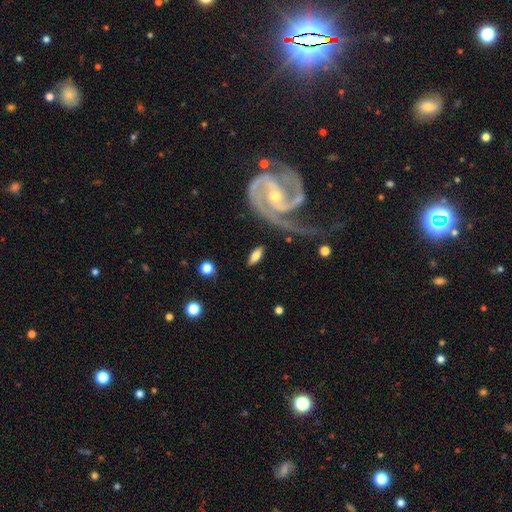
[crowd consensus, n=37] smooth-or-featured: featured or disk: 57% | smooth: 41% | star or artifact: 3%
  disk-edge-on: no: 62% | yes: 38%
    bar: weak: 38% | strong: 31% | no: 31%
    has-spiral-arms: yes: 85% | no: 15%
      spiral-winding: medium: 55% | tight: 36% | loose: 9%
      spiral-arm-count: 2: 73% | 3: 18% | more than 4: 9% | 1: 0% | 4: 0% | can't tell: 0%
    bulge-size: moderate: 38% | small: 31% | none: 15% | dominant: 8% | large: 8%
  merging: none: 81% | minor disturbance: 17% | major disturbance: 3% | merger: 0%